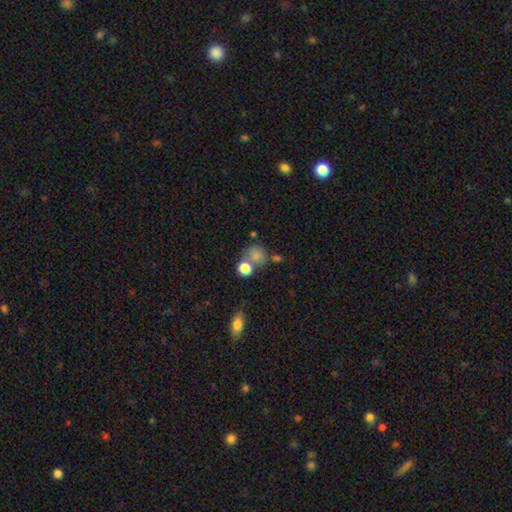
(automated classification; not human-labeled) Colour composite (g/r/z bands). It shows a smooth galaxy with no disk features (76%) that is round (73%). Merging: none (46%).